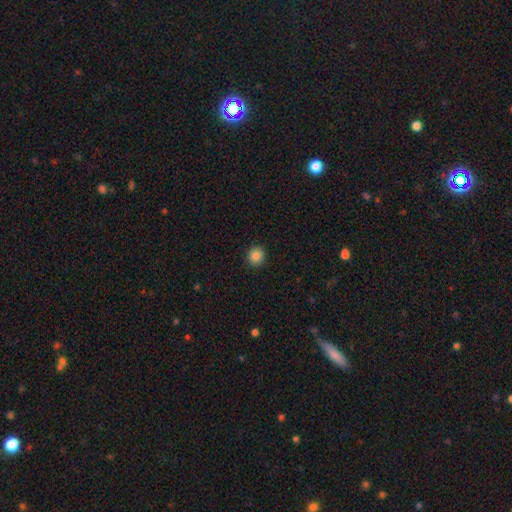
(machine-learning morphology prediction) This is clearly a smooth galaxy (86%). How rounded: clearly round (91%). Merging: clearly none (92%).